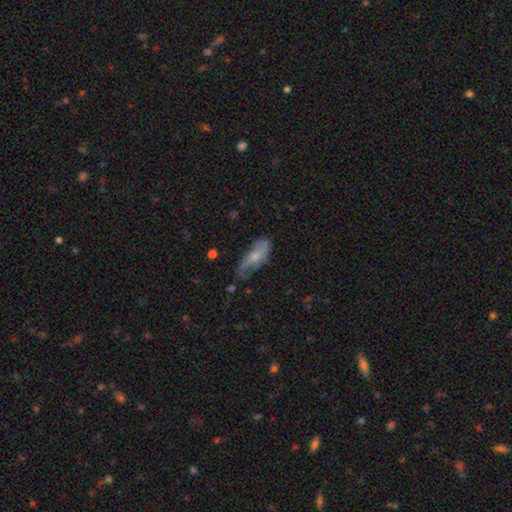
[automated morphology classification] type=smooth (50%); roundness=in between (69%); merging=none (56%).